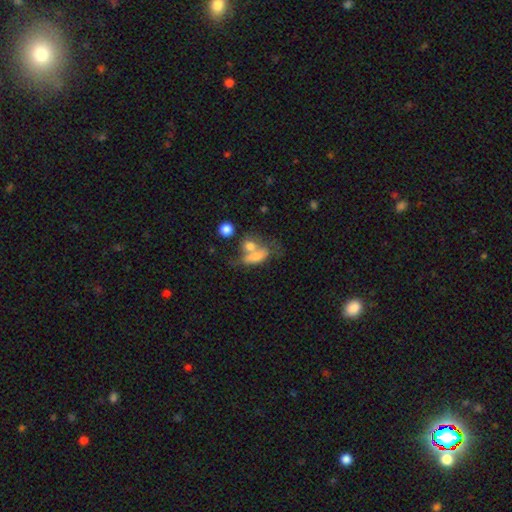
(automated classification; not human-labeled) Smooth or featured? Predicted: smooth (p=0.65). How rounded? Predicted: in between (p=0.71). Merging? Predicted: merger (p=0.50).